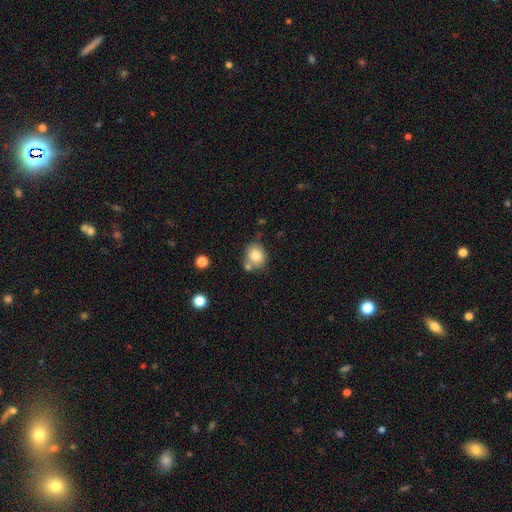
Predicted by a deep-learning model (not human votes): Morphology: type=smooth (79%); roundness=round (65%); merging=none (63%).